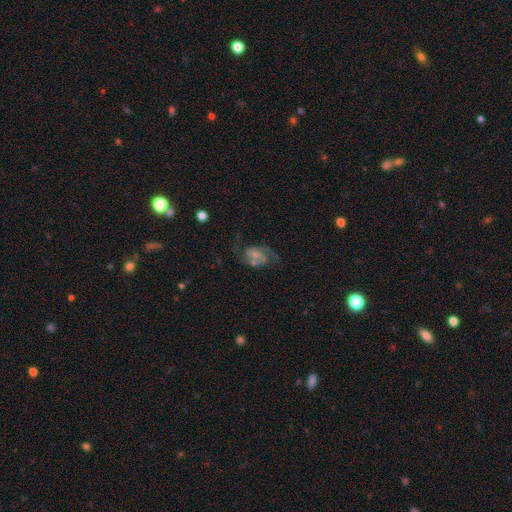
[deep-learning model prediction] Smooth or featured: featured or disk — 86% (smooth — 8%)
Edge-on disk: no — 98% (yes — 2%)
Bar: weak — 47% (no — 39%)
Spiral arms: yes — 96% (no — 4%)
Spiral winding: medium — 55% (loose — 28%)
Spiral arm count: 2 — 92% (can't tell — 3%)
Bulge size: small — 39% (none — 27%)
Merging: none — 66% (minor disturbance — 17%)